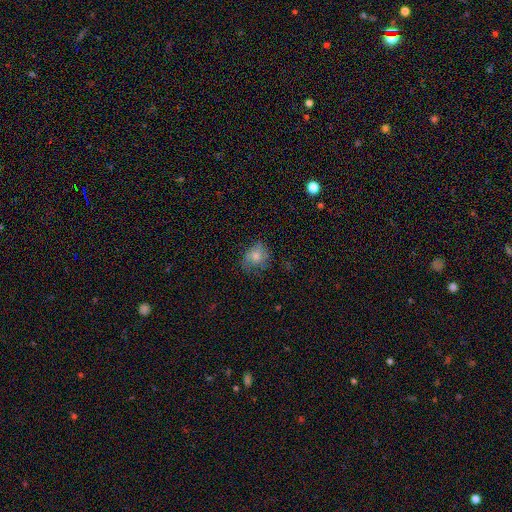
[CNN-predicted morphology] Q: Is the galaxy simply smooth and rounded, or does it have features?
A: smooth — 56%.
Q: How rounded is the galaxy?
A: round — 59%.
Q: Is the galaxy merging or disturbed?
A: none — 60%.